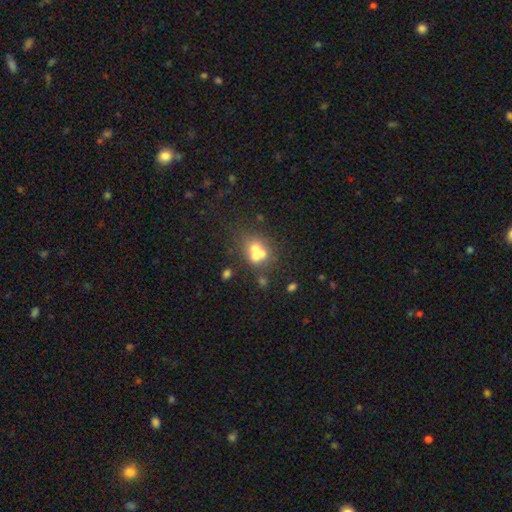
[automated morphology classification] This is possibly a smooth galaxy (53%). How rounded: likely round (67%). Merging: possibly merger (57%).